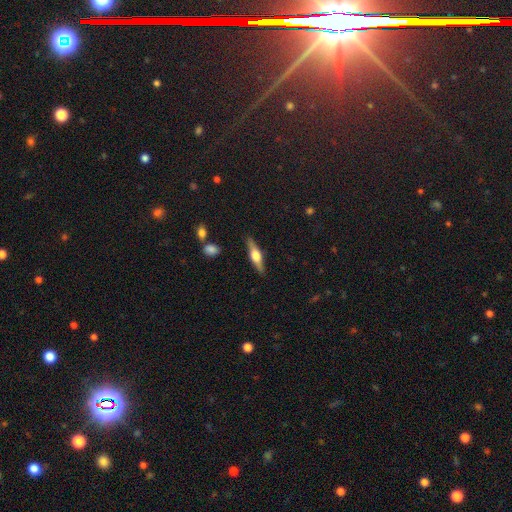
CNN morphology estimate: smooth_or_featured: featured or disk (p=0.64) [alt: smooth p=0.30]
disk_edge_on: yes (p=0.96) [alt: no p=0.04]
edge_on_bulge: rounded (p=0.91) [alt: boxy p=0.07]
merging: none (p=0.87) [alt: minor disturbance p=0.09]